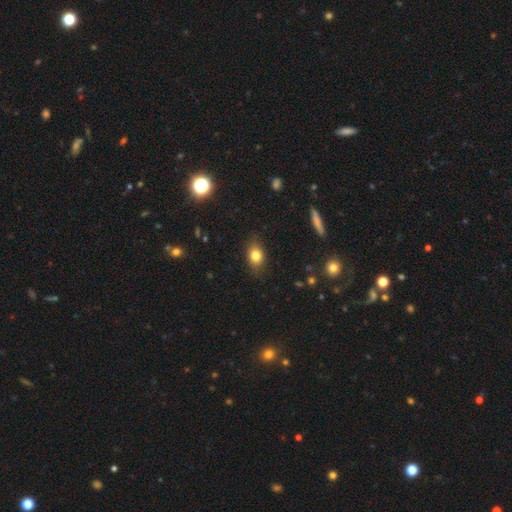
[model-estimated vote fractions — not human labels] Smooth or featured? Predicted: smooth (p=0.79). How rounded? Predicted: in between (p=0.68). Merging? Predicted: none (p=0.81).